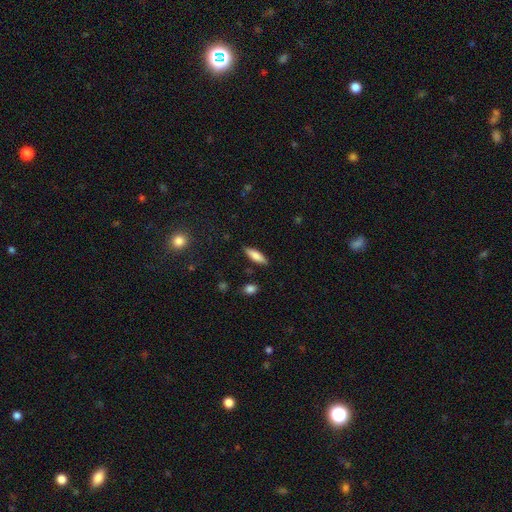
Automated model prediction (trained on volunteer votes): Morphology: type=smooth (77%); roundness=cigar-shaped (49%, tied with in between); merging=none (86%).